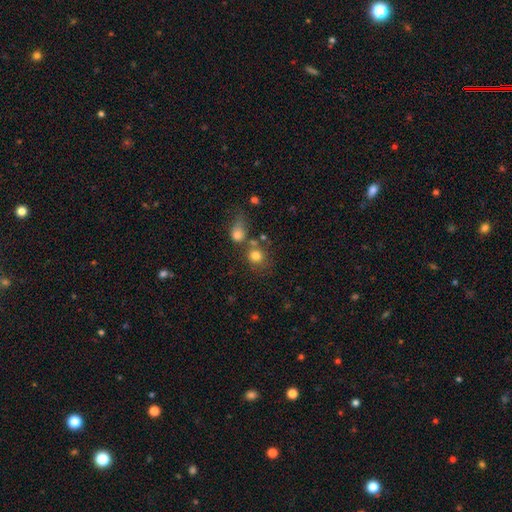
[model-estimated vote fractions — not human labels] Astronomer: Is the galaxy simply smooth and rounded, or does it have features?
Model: smooth — 78%.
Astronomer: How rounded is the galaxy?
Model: round — 81%.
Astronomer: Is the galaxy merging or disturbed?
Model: none — 50% (runner-up: merger, 30%).